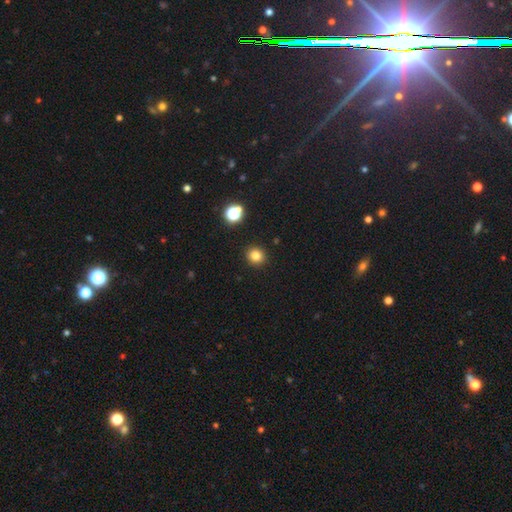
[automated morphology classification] smooth 80%, star or artifact 14%, featured or disk 6%. Down the decision tree: how rounded — round (87%); merging — none (91%).